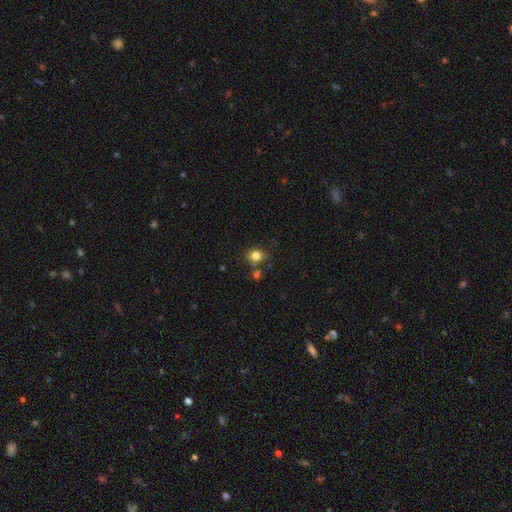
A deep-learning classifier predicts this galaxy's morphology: A smooth galaxy with no disk features (82%) that is round (69%).

Vote fractions:
- Smooth or featured? smooth: 82% / star or artifact: 12% / featured or disk: 6%
- How rounded? round: 69% / in between: 30% / cigar-shaped: 1%
- Merging? none: 71% / merger: 13% / minor disturbance: 12% / major disturbance: 4%